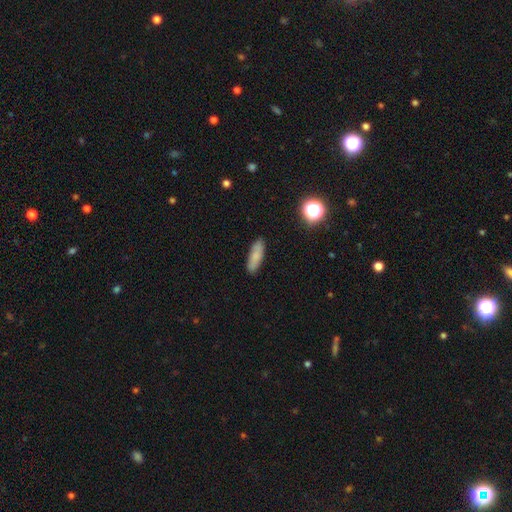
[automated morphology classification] This appears to be a smooth galaxy with no disk features (79%) that is in between round and cigar-shaped (55%). Merging: none (87%).